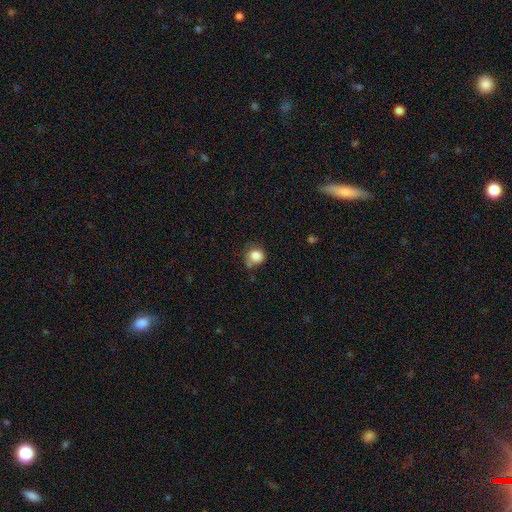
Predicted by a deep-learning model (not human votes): Smooth or featured: smooth — 84% (star or artifact — 10%)
How rounded: round — 83% (in between — 16%)
Merging: none — 59% (minor disturbance — 26%)